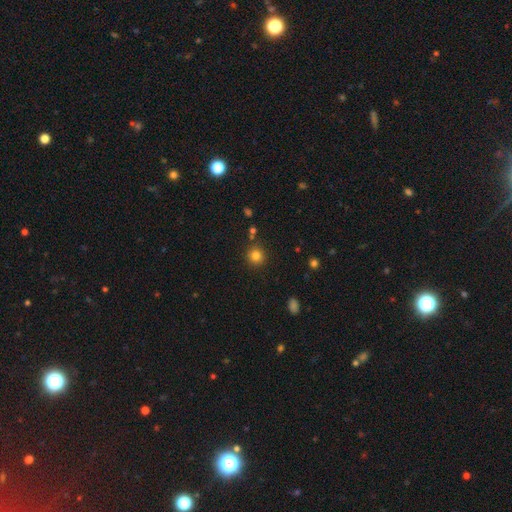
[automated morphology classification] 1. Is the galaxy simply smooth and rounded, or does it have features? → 81% smooth, 13% star or artifact, 6% featured or disk.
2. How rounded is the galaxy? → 93% round, 6% in between, 1% cigar-shaped.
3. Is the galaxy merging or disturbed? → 86% none, 7% minor disturbance, 4% merger, 2% major disturbance.